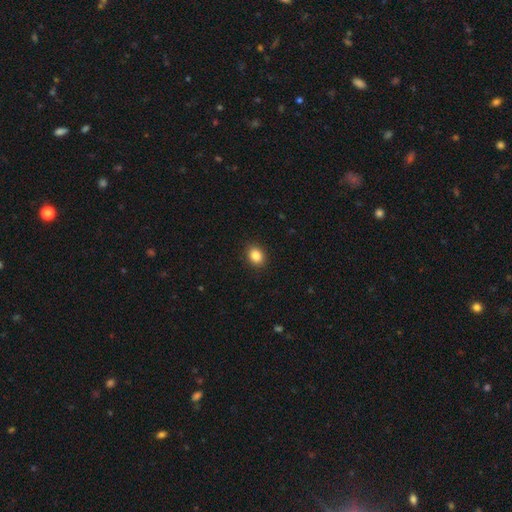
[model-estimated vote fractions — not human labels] A smooth galaxy with no disk features (86%) that is in between round and cigar-shaped (52%).

Vote fractions:
- Smooth or featured? smooth: 86% / star or artifact: 9% / featured or disk: 4%
- How rounded? in between: 52% / round: 47% / cigar-shaped: 1%
- Merging? none: 90% / minor disturbance: 7% / major disturbance: 2% / merger: 1%